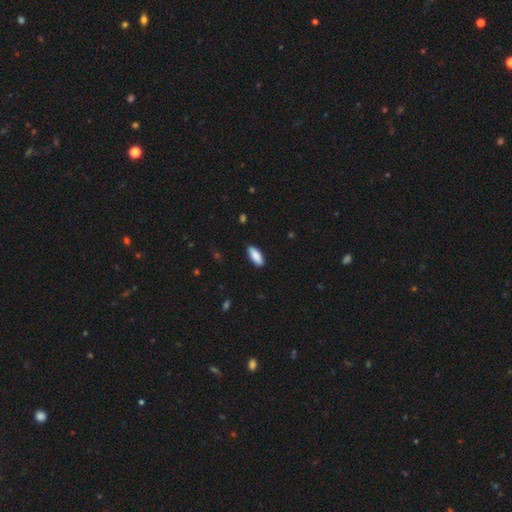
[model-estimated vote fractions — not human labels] Q: Smooth or featured?
A: smooth (89%); runner-up: featured or disk (6%)
Q: How rounded?
A: in between (80%); runner-up: cigar-shaped (19%)
Q: Merging?
A: none (88%); runner-up: minor disturbance (10%)